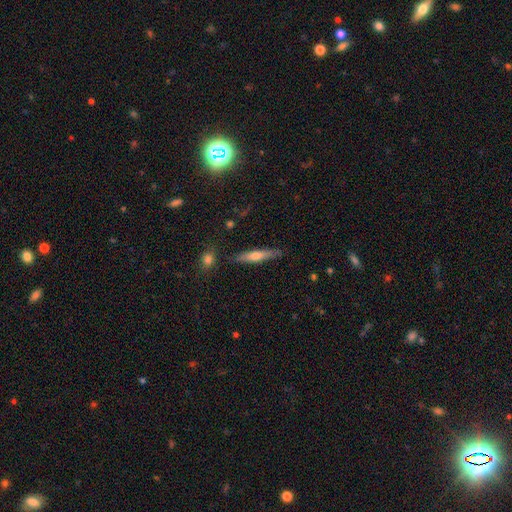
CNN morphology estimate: This is possibly a smooth galaxy (56%). How rounded: clearly cigar-shaped (87%). Merging: clearly none (83%).